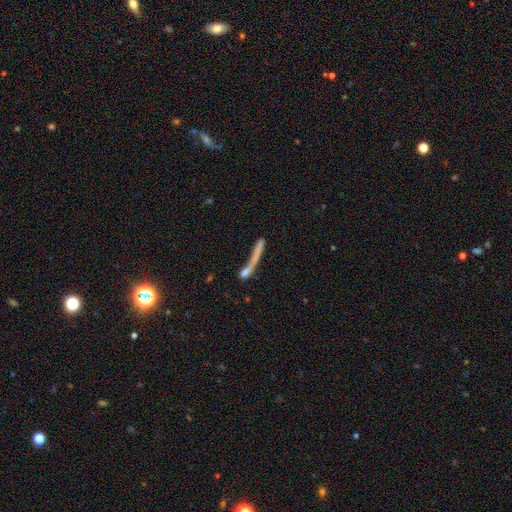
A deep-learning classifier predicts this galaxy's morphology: A smooth galaxy with no disk features (54%) that is cigar-shaped (89%).

Vote fractions:
- Smooth or featured? smooth: 54% / featured or disk: 33% / star or artifact: 13%
- How rounded? cigar-shaped: 89% / in between: 7% / round: 4%
- Merging? none: 37% / merger: 30% / major disturbance: 19% / minor disturbance: 14%